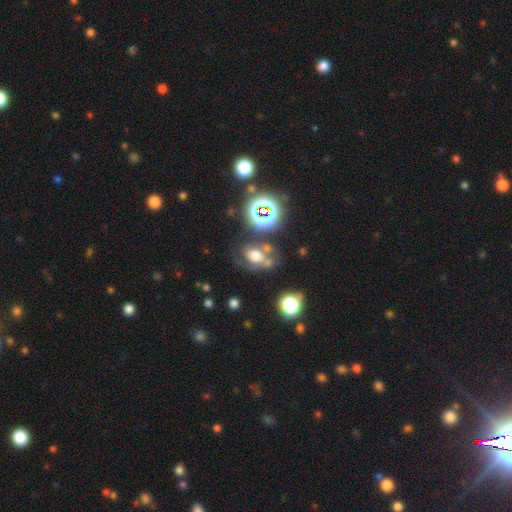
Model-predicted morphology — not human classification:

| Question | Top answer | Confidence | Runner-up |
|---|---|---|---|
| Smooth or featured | smooth | 48% | featured or disk (30%) |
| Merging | none | 43% | merger (20%) |